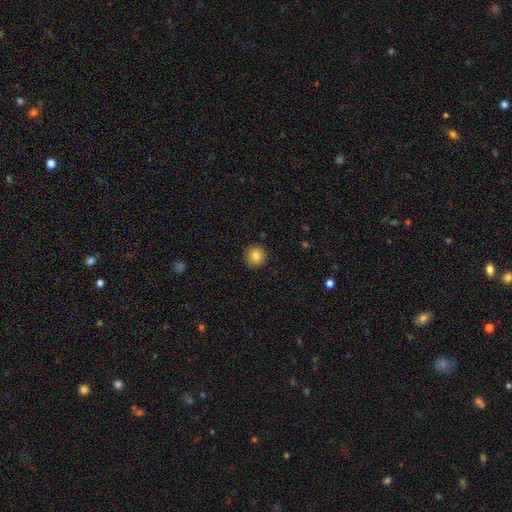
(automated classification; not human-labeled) Morphology: type=smooth (83%); roundness=round (93%); merging=none (89%).